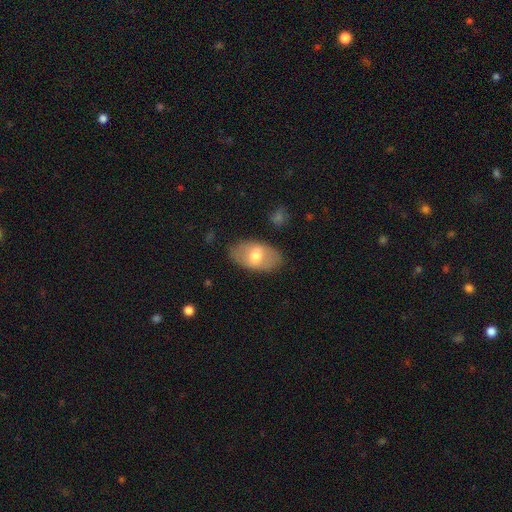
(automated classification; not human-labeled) The model was most divided on "smooth or featured": smooth: 61%, featured or disk: 34%, star or artifact: 6%. More confident: how rounded — in between (93%); merging — none (82%).